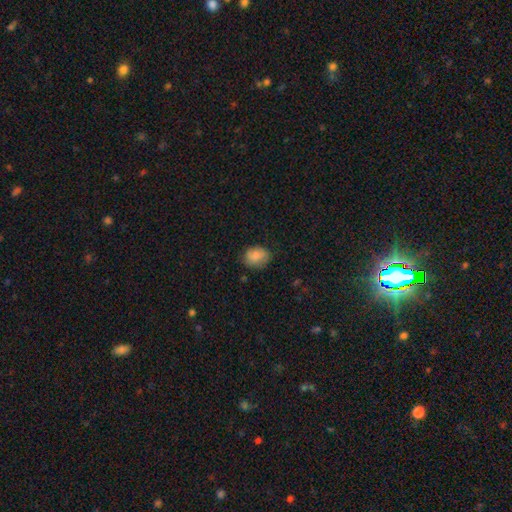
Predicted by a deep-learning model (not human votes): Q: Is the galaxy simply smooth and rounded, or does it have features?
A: smooth — 83%.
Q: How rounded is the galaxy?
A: in between — 53%.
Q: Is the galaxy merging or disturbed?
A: none — 71%.